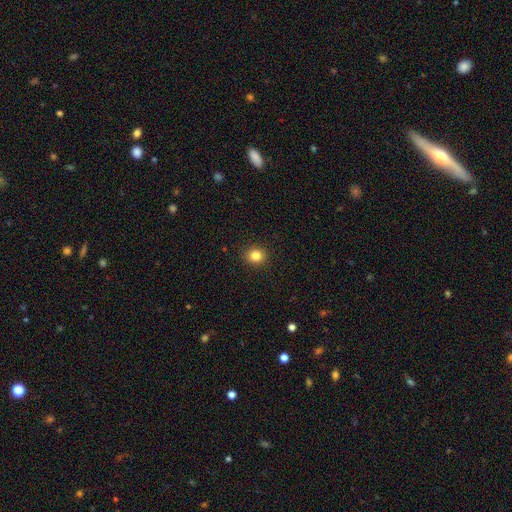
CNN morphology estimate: This appears to be a smooth galaxy with no disk features (84%) that is round (81%). Merging: none (91%).